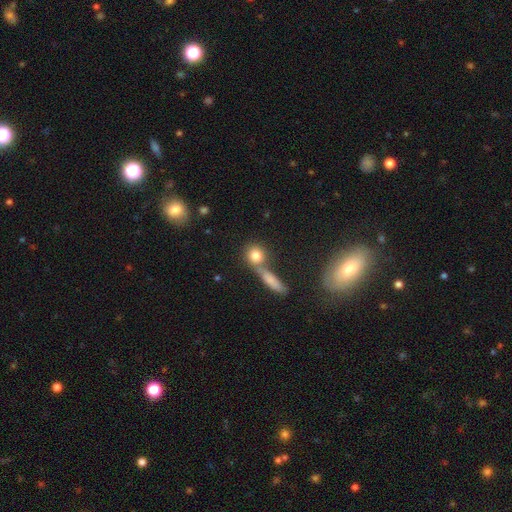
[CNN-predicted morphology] This is likely a smooth galaxy (77%). How rounded: likely round (78%). Merging: possibly none (59%).